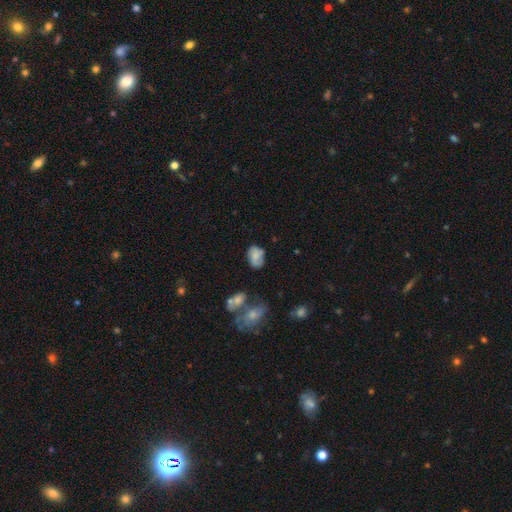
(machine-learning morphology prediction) A smooth galaxy with no disk features (68%) that is in between round and cigar-shaped (75%). Merging: none (57%).